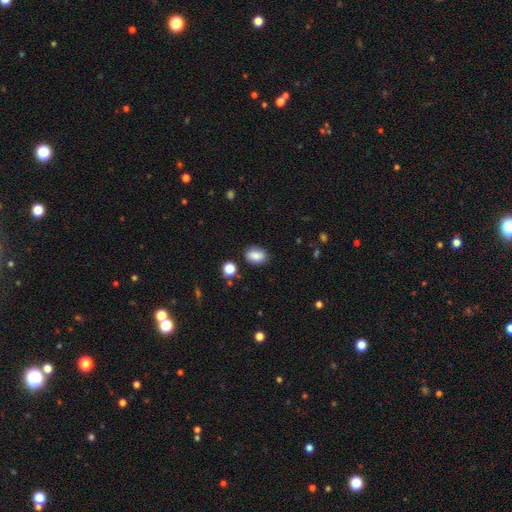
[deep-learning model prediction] The model was most divided on "how rounded": in between: 82%, round: 17%, cigar-shaped: 1%. More confident: smooth or featured — smooth (85%); merging — none (83%).